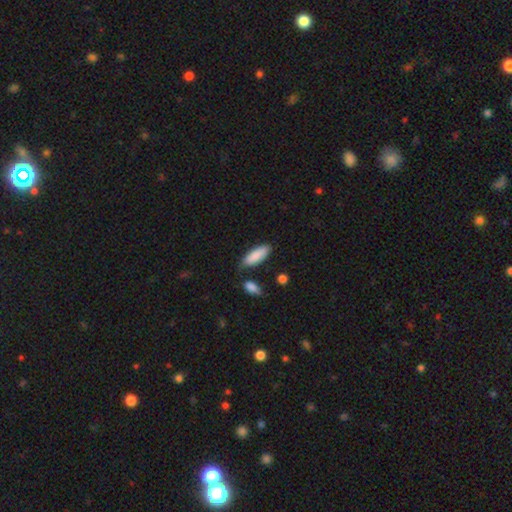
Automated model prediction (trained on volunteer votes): This is clearly a smooth galaxy (88%). How rounded: likely in between (65%). Merging: likely none (75%).